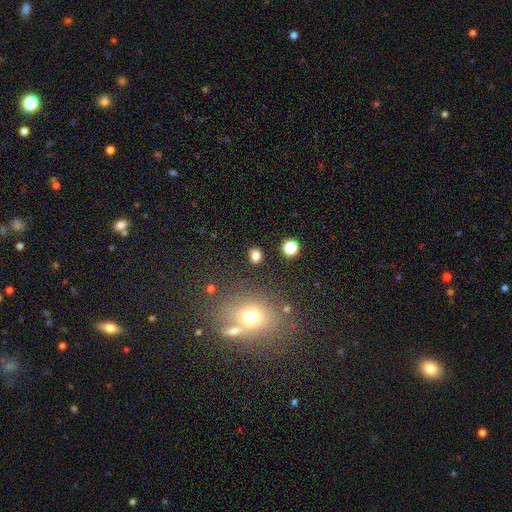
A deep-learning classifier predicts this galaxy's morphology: This is likely a smooth galaxy (79%). How rounded: possibly round (59%). Merging: clearly none (86%).